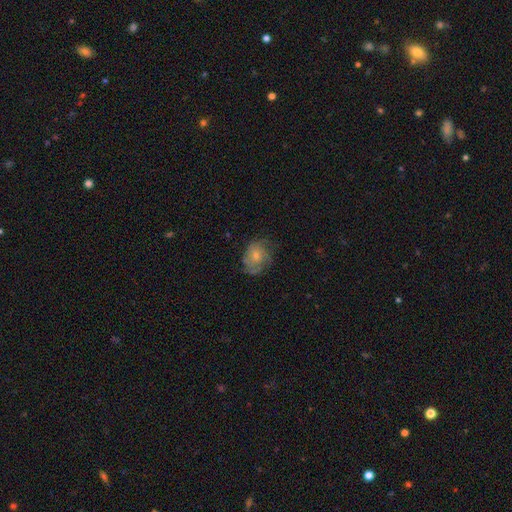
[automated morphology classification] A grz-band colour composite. It shows a featured or disk galaxy (49%). Merging: none (58%).